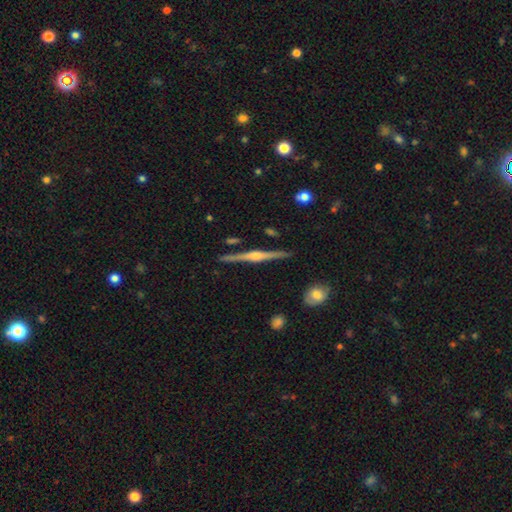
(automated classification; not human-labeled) Q: Smooth or featured?
A: featured or disk (85%); runner-up: smooth (9%)
Q: Edge-on disk?
A: yes (99%); runner-up: no (1%)
Q: Edge-on bulge?
A: rounded (87%); runner-up: boxy (8%)
Q: Merging?
A: none (91%); runner-up: minor disturbance (6%)